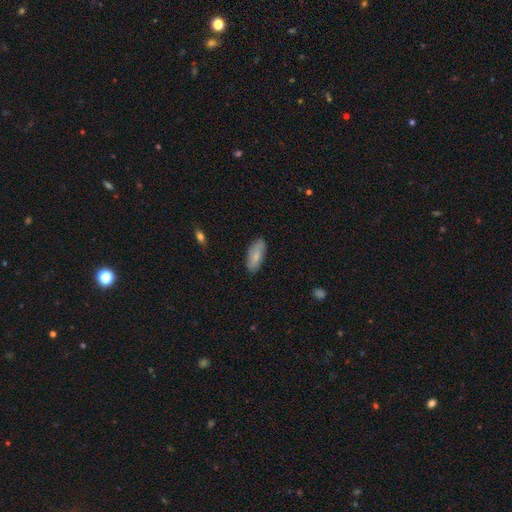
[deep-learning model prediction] This appears to be a smooth galaxy with no disk features (72%) that is in between round and cigar-shaped (81%). Merging: none (82%).